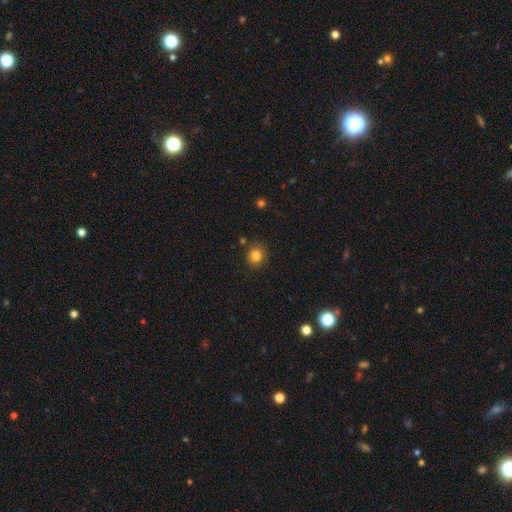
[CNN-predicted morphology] Smooth or featured?
  - smooth: 82% *
  - star or artifact: 12%
  - featured or disk: 6%
How rounded?
  - round: 89% *
  - in between: 10%
  - cigar-shaped: 1%
Merging?
  - none: 84% *
  - minor disturbance: 10%
  - merger: 4%
  - major disturbance: 3%